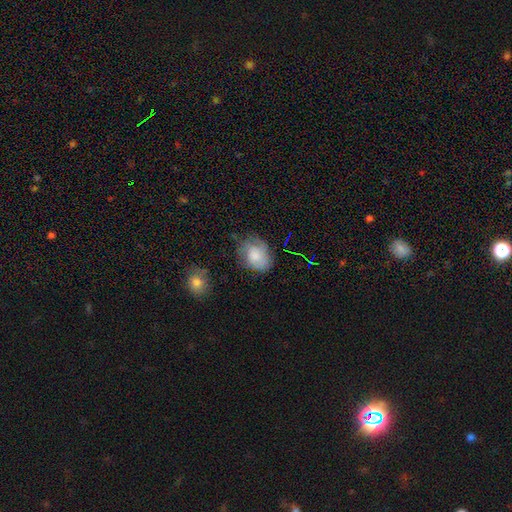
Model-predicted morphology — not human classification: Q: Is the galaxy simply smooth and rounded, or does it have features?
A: smooth — 69%.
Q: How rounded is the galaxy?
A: in between — 64%.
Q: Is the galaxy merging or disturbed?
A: none — 57%.